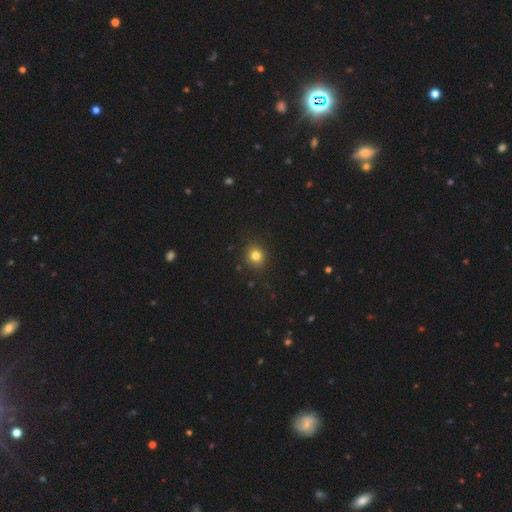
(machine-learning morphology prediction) This appears to be a smooth galaxy with no disk features (81%) that is round (80%). Merging: none (89%).